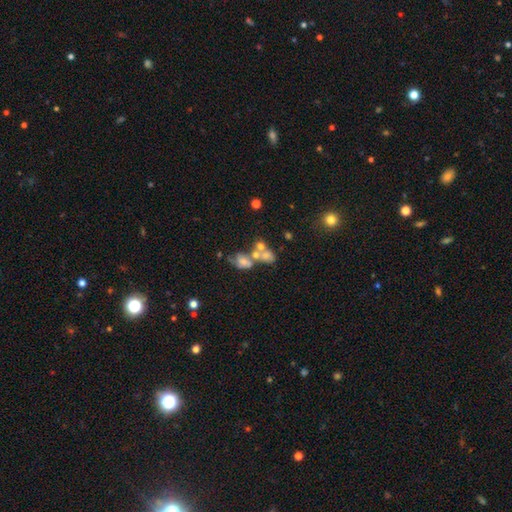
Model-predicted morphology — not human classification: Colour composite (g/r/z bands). It shows a featured or disk galaxy (40%). Merging: merger (53%).